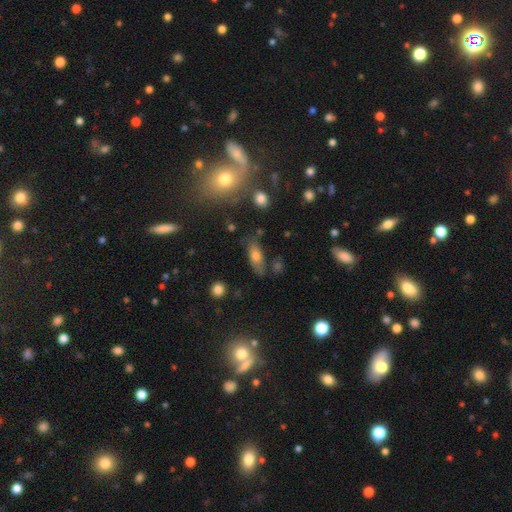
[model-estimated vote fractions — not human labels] Smooth or featured? Predicted: smooth (p=0.66). How rounded? Predicted: in between (p=0.74). Merging? Predicted: none (p=0.71).